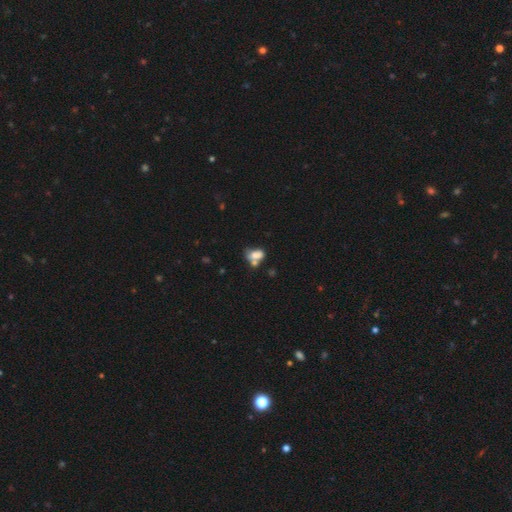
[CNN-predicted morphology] smooth_or_featured: smooth (p=0.71) [alt: featured or disk p=0.18]
how_rounded: in between (p=0.80) [alt: round p=0.18]
merging: merger (p=0.48) [alt: none p=0.28]